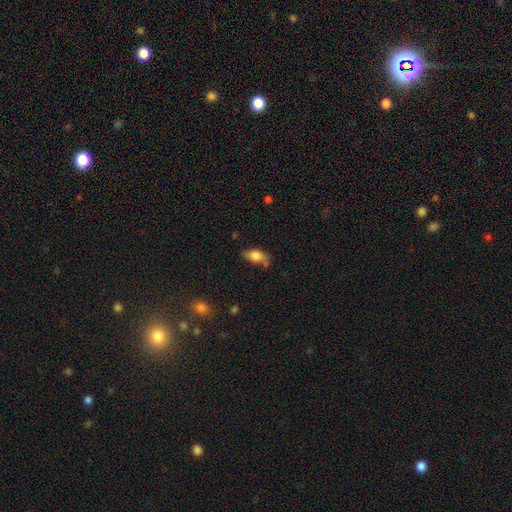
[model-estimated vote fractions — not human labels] smooth_or_featured: smooth (p=0.78) [alt: featured or disk p=0.14]
how_rounded: in between (p=0.87) [alt: round p=0.08]
merging: none (p=0.58) [alt: minor disturbance p=0.28]